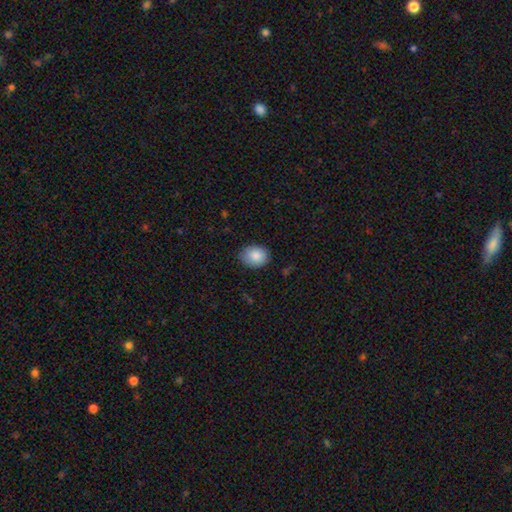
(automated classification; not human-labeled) A smooth galaxy with no disk features (86%) that is in between round and cigar-shaped (52%).

Vote fractions:
- Smooth or featured? smooth: 86% / star or artifact: 7% / featured or disk: 6%
- How rounded? in between: 52% / round: 47% / cigar-shaped: 1%
- Merging? none: 78% / minor disturbance: 18% / major disturbance: 3% / merger: 1%